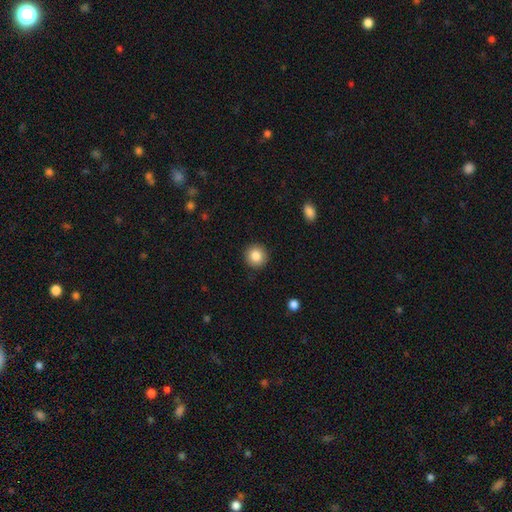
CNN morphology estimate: Overall: smooth (85%). How rounded: round (93%). Merging: none (91%).